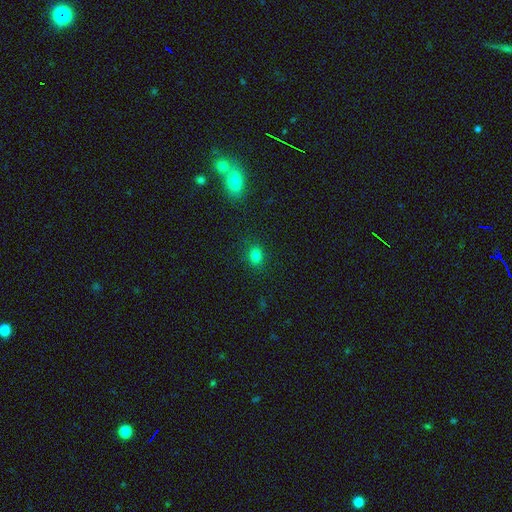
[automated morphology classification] Q: Smooth or featured?
A: smooth (79%); runner-up: star or artifact (15%)
Q: How rounded?
A: in between (51%); runner-up: round (48%)
Q: Merging?
A: none (87%); runner-up: minor disturbance (9%)